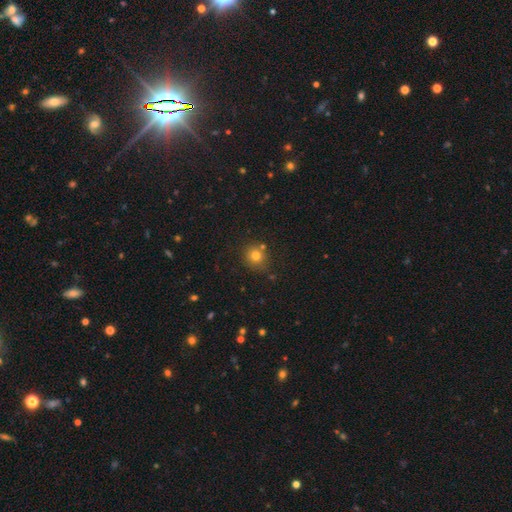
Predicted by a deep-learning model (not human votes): smooth 77%, star or artifact 15%, featured or disk 9%. Down the decision tree: how rounded — round (84%); merging — none (75%).